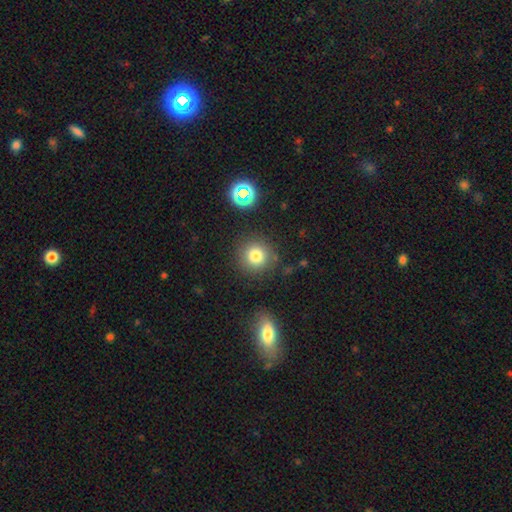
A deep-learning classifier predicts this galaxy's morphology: Smooth or featured? smooth (79%)
How rounded? round (92%)
Merging? none (84%)